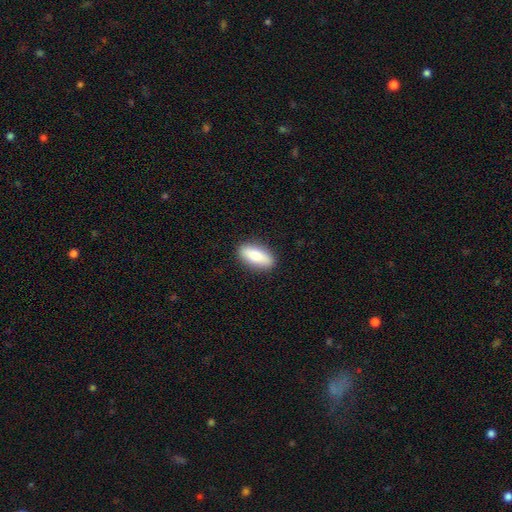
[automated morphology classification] A smooth galaxy with no disk features (79%) that is in between round and cigar-shaped (78%).

Vote fractions:
- Smooth or featured? smooth: 79% / featured or disk: 15% / star or artifact: 6%
- How rounded? in between: 78% / cigar-shaped: 20% / round: 3%
- Merging? none: 89% / minor disturbance: 8% / major disturbance: 2% / merger: 1%